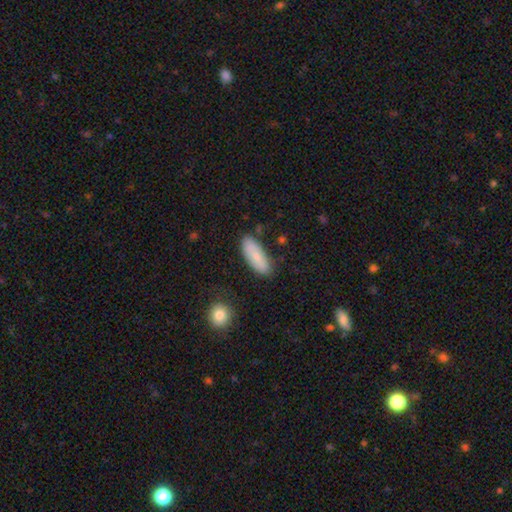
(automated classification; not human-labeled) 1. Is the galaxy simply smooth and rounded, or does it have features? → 75% smooth, 19% featured or disk, 6% star or artifact.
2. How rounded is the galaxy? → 76% in between, 22% cigar-shaped, 2% round.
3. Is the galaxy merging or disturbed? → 80% none, 14% minor disturbance, 3% major disturbance, 3% merger.